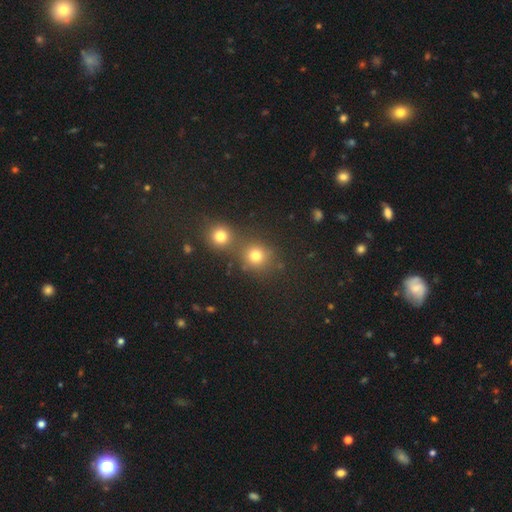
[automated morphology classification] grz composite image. It shows a smooth galaxy with no disk features (76%) that is round (87%). Merging: none (58%).